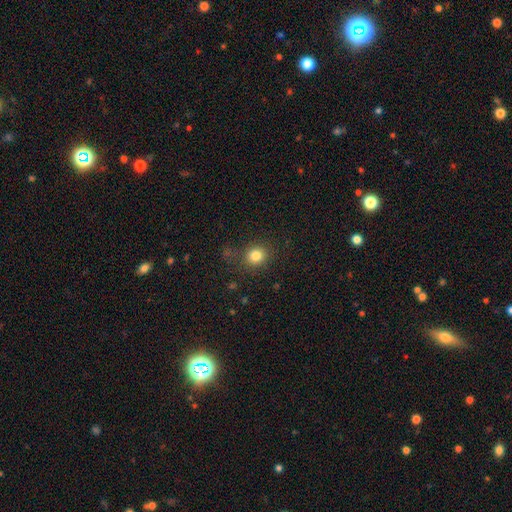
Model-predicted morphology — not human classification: A smooth galaxy with no disk features (82%) that is round (80%). Merging: none (81%).